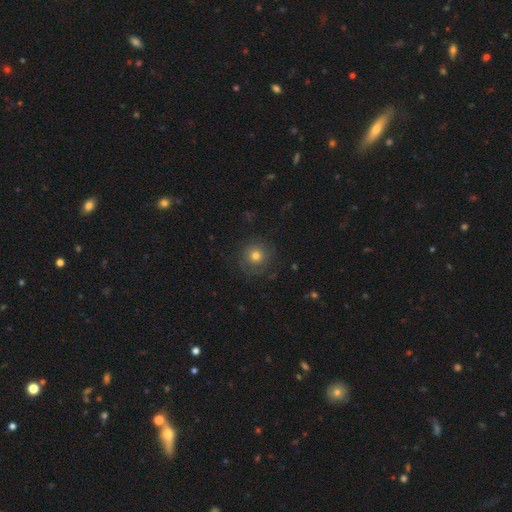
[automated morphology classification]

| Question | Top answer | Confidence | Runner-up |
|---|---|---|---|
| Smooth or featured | smooth | 68% | featured or disk (19%) |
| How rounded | round | 94% | in between (5%) |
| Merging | none | 78% | minor disturbance (13%) |